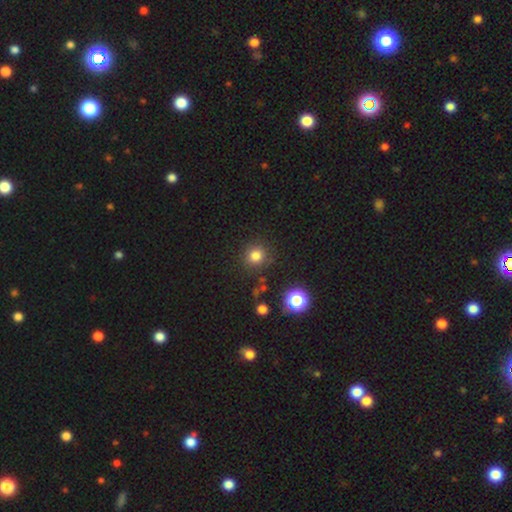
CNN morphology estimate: Smooth or featured? smooth (79%)
How rounded? round (92%)
Merging? none (86%)